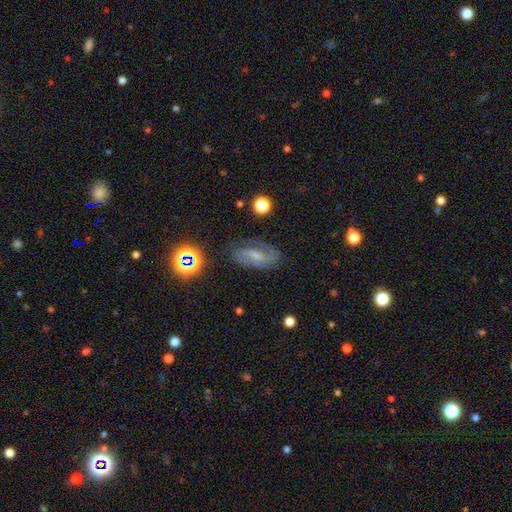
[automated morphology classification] The model was most divided on "spiral winding": medium: 45%, tight: 29%, loose: 26%. More confident: edge-on disk — no (94%); spiral arms — yes (91%); merging — none (78%); spiral arm count — 2 (76%); smooth or featured — featured or disk (68%); bulge size — small (53%); bar — weak (51%).